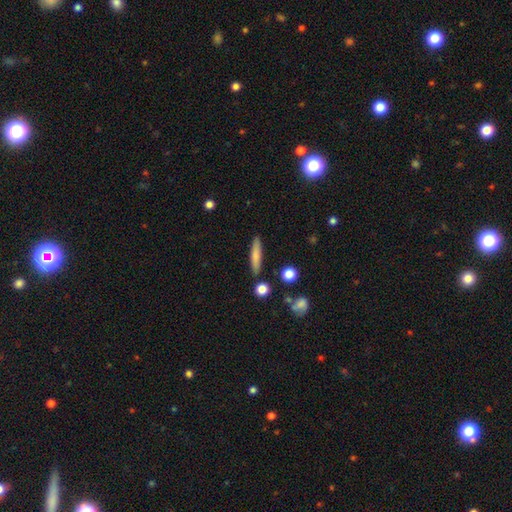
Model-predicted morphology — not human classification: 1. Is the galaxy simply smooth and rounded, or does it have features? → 74% smooth, 19% featured or disk, 7% star or artifact.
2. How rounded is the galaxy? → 87% cigar-shaped, 10% in between, 2% round.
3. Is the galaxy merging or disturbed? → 87% none, 8% minor disturbance, 3% merger, 2% major disturbance.